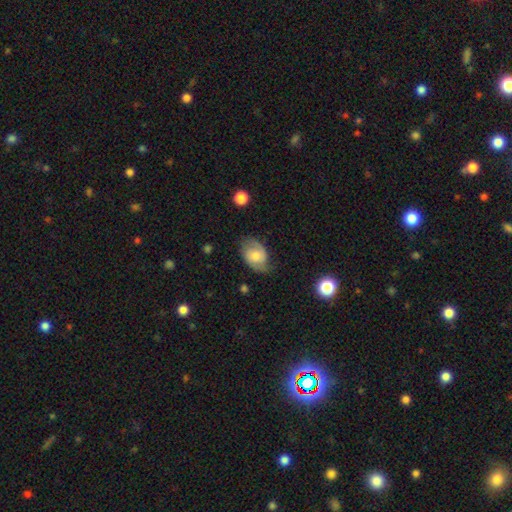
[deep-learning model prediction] Smooth or featured? Predicted: featured or disk (p=0.52). Edge-on disk? Predicted: no (p=0.96). Bar? Predicted: no (p=0.60). Spiral arms? Predicted: yes (p=0.86). Bulge size? Predicted: moderate (p=0.48). Merging? Predicted: none (p=0.64).